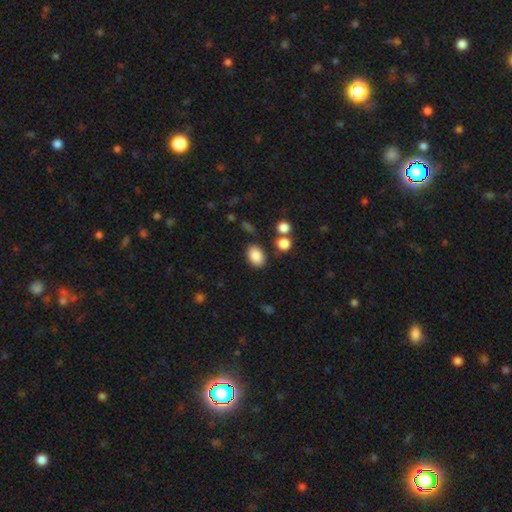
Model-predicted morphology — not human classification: This is clearly a smooth galaxy (86%). How rounded: likely in between (77%). Merging: likely none (80%).